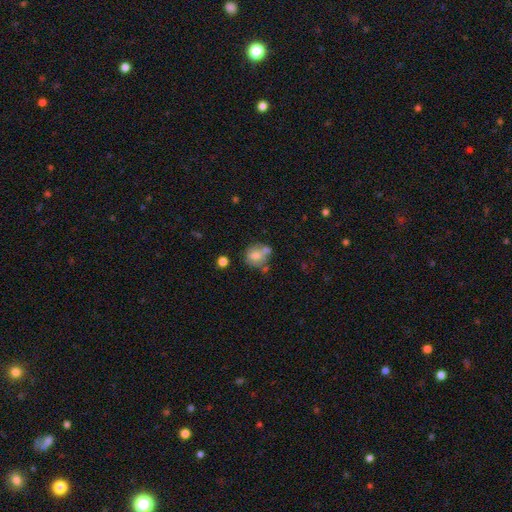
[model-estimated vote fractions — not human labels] Smooth or featured?
  - smooth: 66% *
  - featured or disk: 24%
  - star or artifact: 10%
How rounded?
  - round: 65% *
  - in between: 34%
  - cigar-shaped: 1%
Merging?
  - none: 43% *
  - merger: 29%
  - minor disturbance: 20%
  - major disturbance: 8%